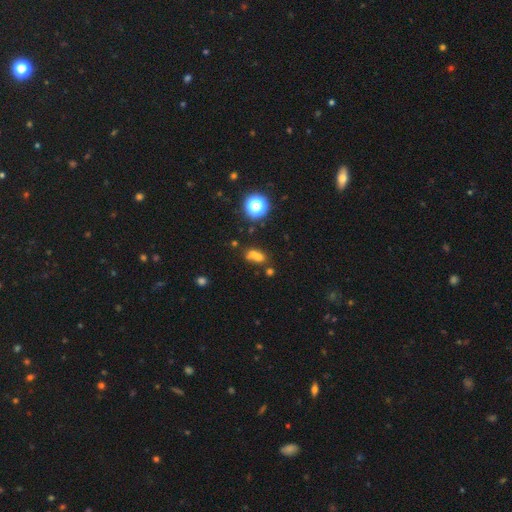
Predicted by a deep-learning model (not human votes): Smooth or featured?
  - smooth: 61% *
  - star or artifact: 22%
  - featured or disk: 17%
How rounded?
  - round: 60% *
  - in between: 37%
  - cigar-shaped: 3%
Merging?
  - merger: 59% *
  - none: 30%
  - minor disturbance: 7%
  - major disturbance: 5%